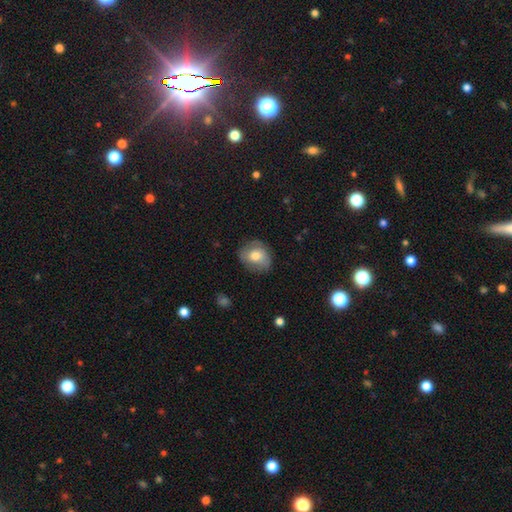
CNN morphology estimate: A smooth galaxy with no disk features (68%) that is round (61%). Merging: none (74%).